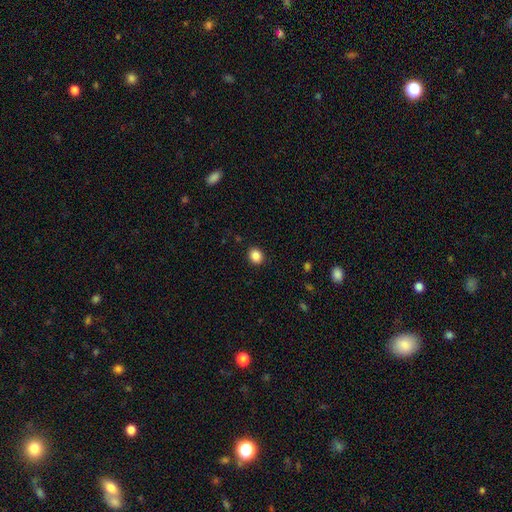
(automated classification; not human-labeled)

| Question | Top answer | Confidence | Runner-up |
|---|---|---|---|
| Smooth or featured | smooth | 86% | star or artifact (10%) |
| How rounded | round | 69% | in between (30%) |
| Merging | none | 91% | minor disturbance (6%) |